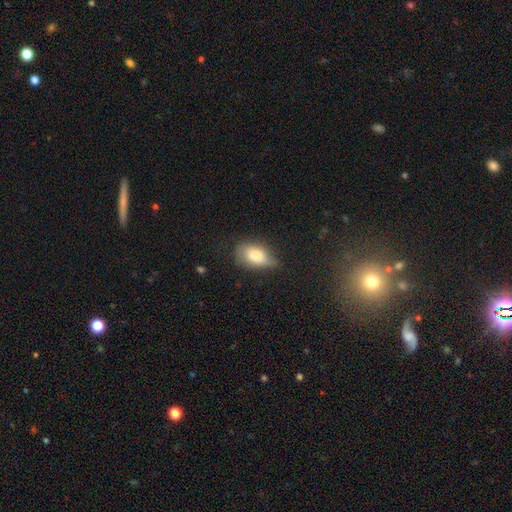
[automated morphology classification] Smooth or featured? Predicted: smooth (p=0.79). How rounded? Predicted: in between (p=0.86). Merging? Predicted: minor disturbance (p=0.43).